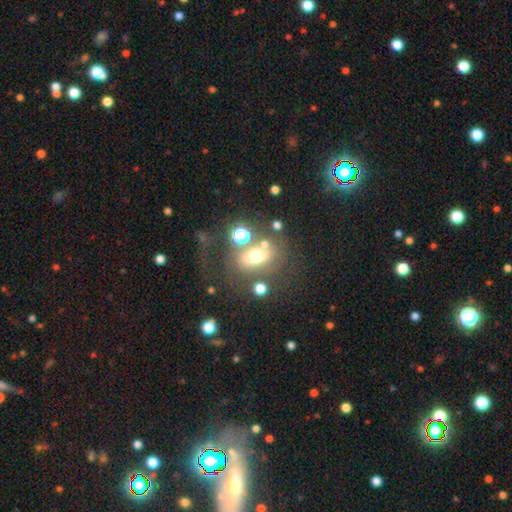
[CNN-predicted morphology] A smooth galaxy with no disk features (54%) that is in between round and cigar-shaped (54%). Merging: none (49%).